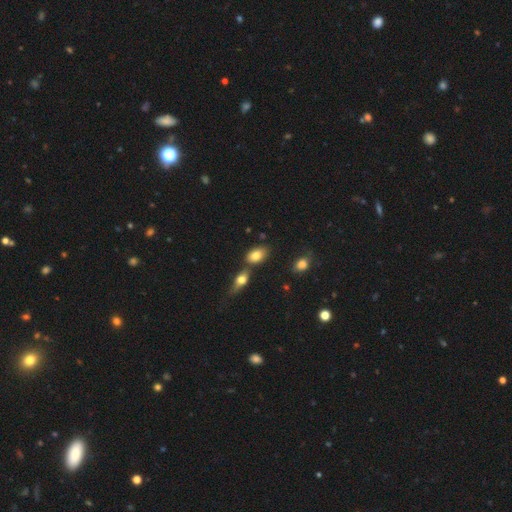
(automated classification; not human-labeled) smooth-or-featured: smooth: 80% | featured or disk: 12% | star or artifact: 8%
  how-rounded: in between: 88% | round: 10% | cigar-shaped: 2%
  merging: none: 63% | merger: 20% | minor disturbance: 13% | major disturbance: 4%